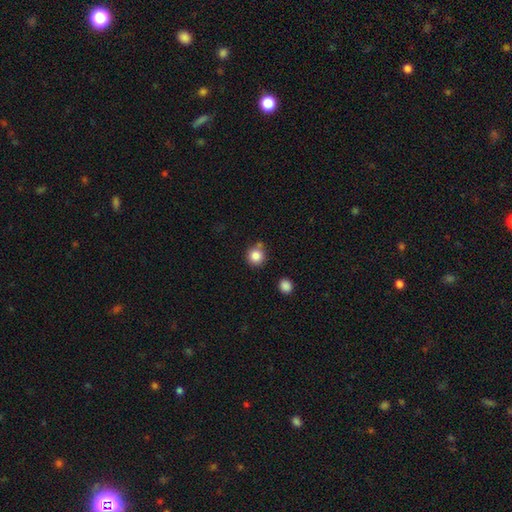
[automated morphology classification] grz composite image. It shows a smooth galaxy with no disk features (84%) that is round (92%). Merging: none (70%).